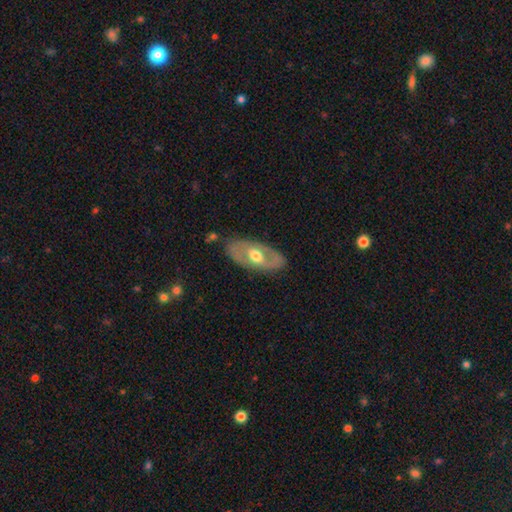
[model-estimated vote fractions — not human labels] Overall: featured or disk (60%; smooth 35%). Edge-on disk: no (85%). Bar: no (64%; weak 27%). Spiral arms: no (69%; yes 31%). Bulge size: moderate (72%). Merging: none (80%).